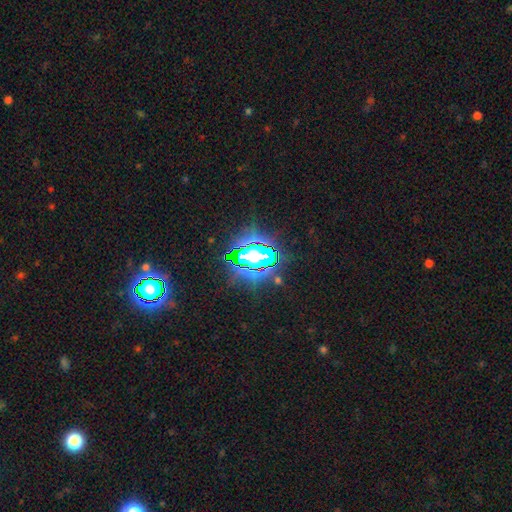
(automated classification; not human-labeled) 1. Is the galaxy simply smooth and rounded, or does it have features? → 83% star or artifact, 10% smooth, 7% featured or disk.